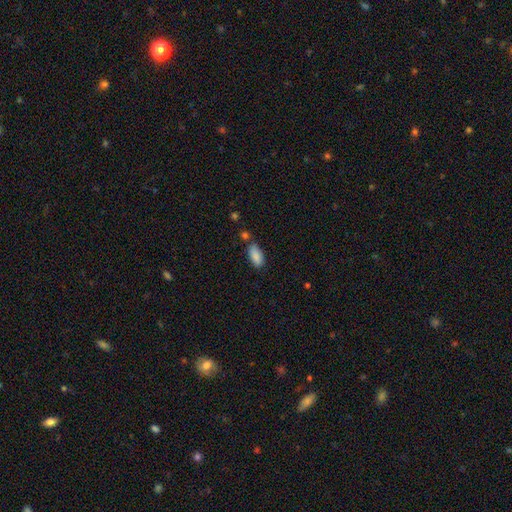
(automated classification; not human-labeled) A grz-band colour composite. It shows a smooth galaxy with no disk features (88%) that is in between round and cigar-shaped (89%). Merging: none (70%).